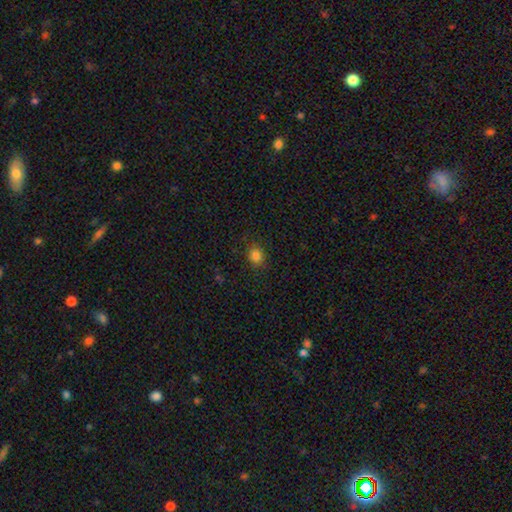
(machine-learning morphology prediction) A smooth galaxy with no disk features (84%) that is round (64%). Merging: none (87%).